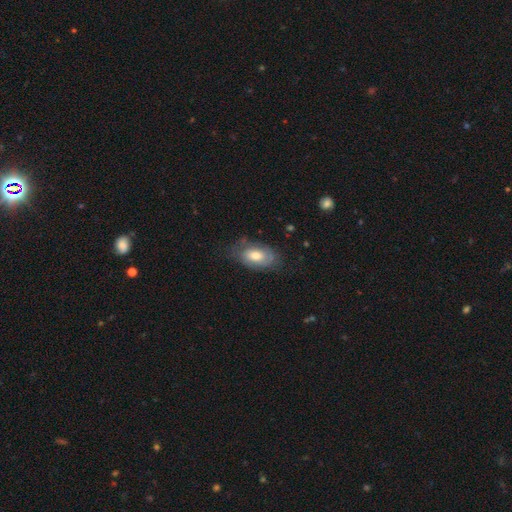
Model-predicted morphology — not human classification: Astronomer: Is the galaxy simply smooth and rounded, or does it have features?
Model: smooth — 59% (runner-up: featured or disk, 34%).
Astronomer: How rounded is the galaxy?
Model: in between — 91%.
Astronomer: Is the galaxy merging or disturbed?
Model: none — 61%.